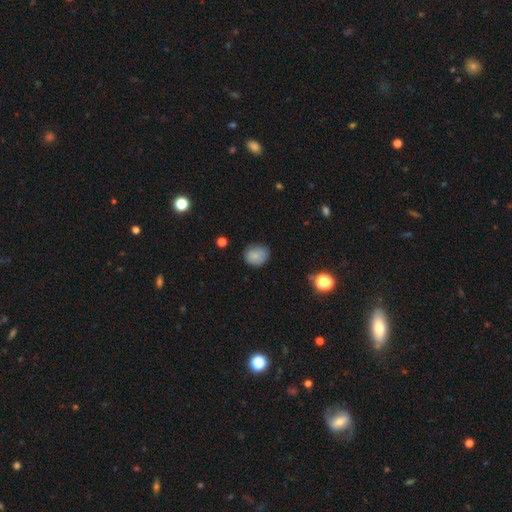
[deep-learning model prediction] Q: Smooth or featured?
A: smooth (78%); runner-up: featured or disk (12%)
Q: How rounded?
A: round (67%); runner-up: in between (32%)
Q: Merging?
A: none (73%); runner-up: minor disturbance (21%)